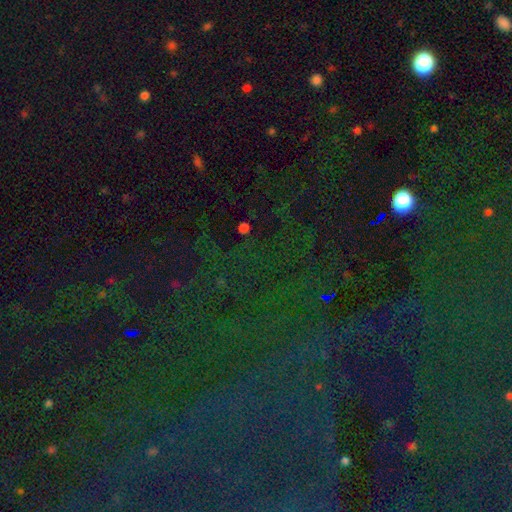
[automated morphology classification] A star or artifact, not a galaxy (82%).